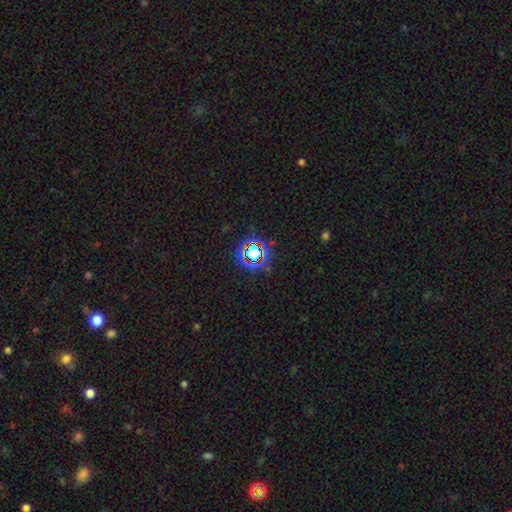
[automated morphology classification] Overall: star or artifact (72%).